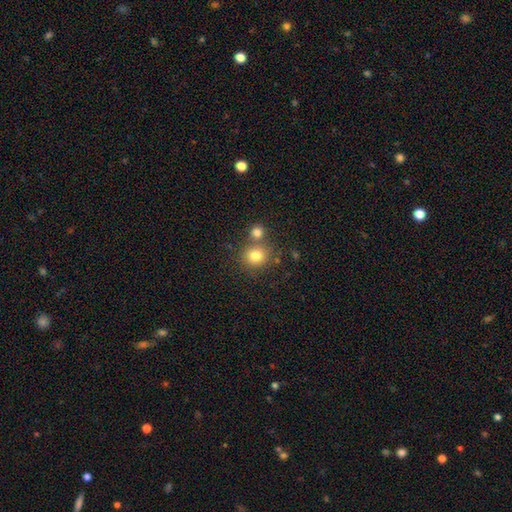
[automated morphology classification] This appears to be a smooth galaxy with no disk features (79%) that is round (87%). Merging: none (65%).